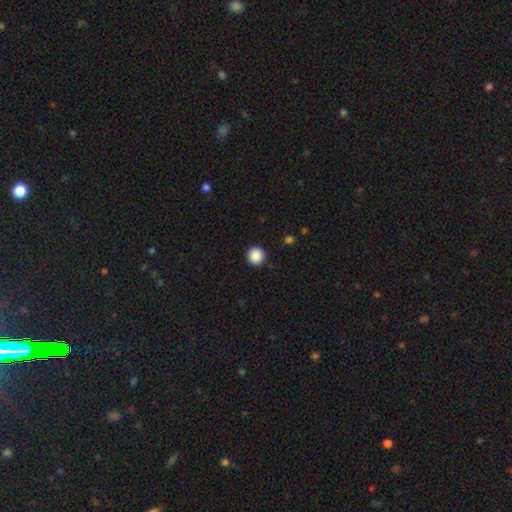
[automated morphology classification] smooth-or-featured: smooth: 88% | star or artifact: 9% | featured or disk: 2%
  how-rounded: round: 95% | in between: 4% | cigar-shaped: 1%
  merging: none: 93% | minor disturbance: 5% | major disturbance: 2% | merger: 1%